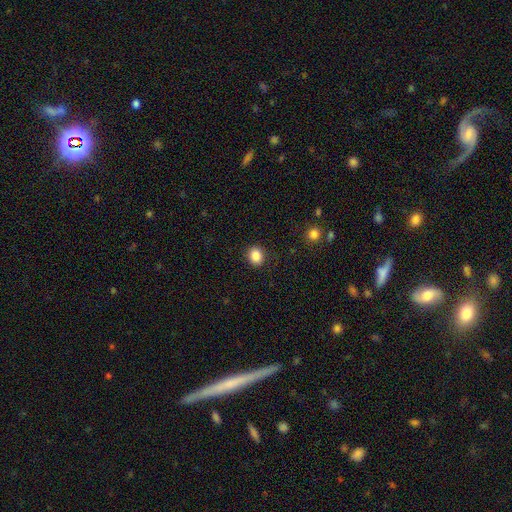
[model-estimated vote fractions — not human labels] A smooth galaxy with no disk features (86%) that is round (66%).

Vote fractions:
- Smooth or featured? smooth: 86% / star or artifact: 10% / featured or disk: 4%
- How rounded? round: 66% / in between: 33% / cigar-shaped: 1%
- Merging? none: 89% / minor disturbance: 7% / major disturbance: 2% / merger: 1%